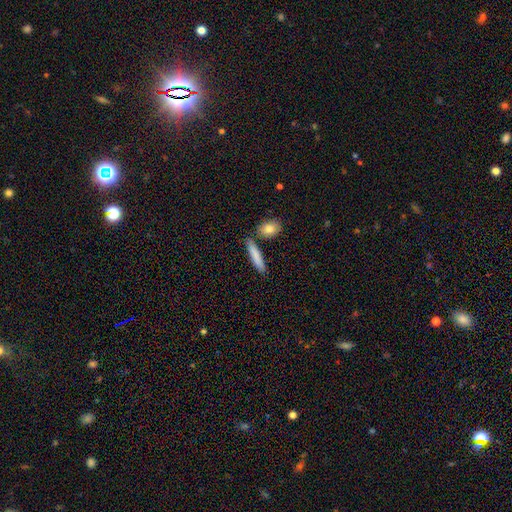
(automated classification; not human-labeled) Smooth or featured?
  - smooth: 82% *
  - featured or disk: 13%
  - star or artifact: 5%
How rounded?
  - cigar-shaped: 83% *
  - in between: 15%
  - round: 2%
Merging?
  - none: 79% *
  - minor disturbance: 11%
  - merger: 8%
  - major disturbance: 3%